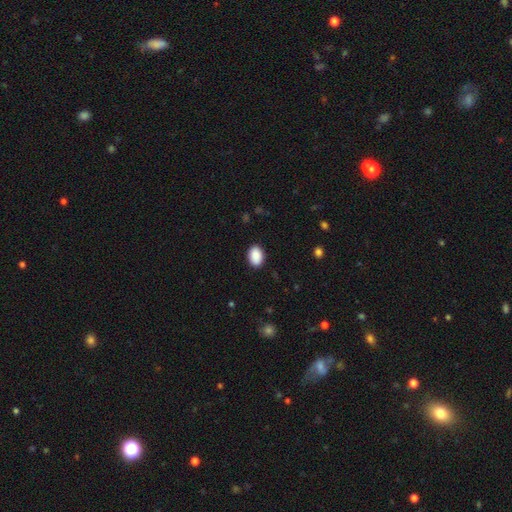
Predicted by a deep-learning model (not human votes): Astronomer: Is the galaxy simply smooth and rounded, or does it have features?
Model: smooth — 90%.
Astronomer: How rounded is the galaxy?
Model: in between — 83%.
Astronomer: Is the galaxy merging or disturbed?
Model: none — 88%.